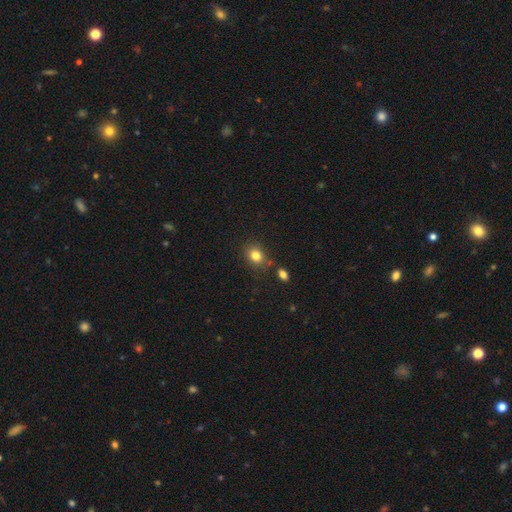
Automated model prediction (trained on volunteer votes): This is clearly a smooth galaxy (82%). How rounded: possibly round (56%). Merging: likely none (76%).